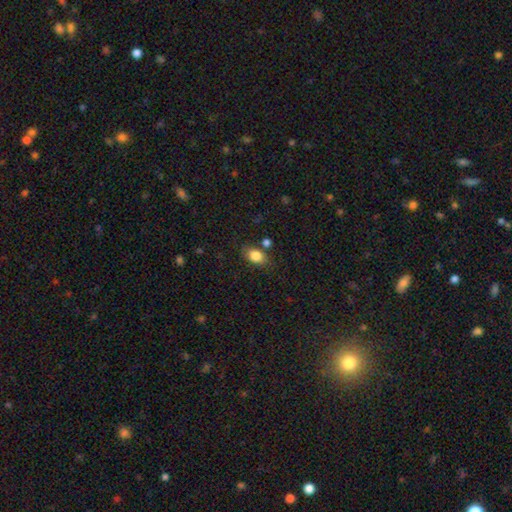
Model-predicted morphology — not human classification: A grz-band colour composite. It shows a smooth galaxy with no disk features (84%) that is in between round and cigar-shaped (79%). Merging: none (74%).